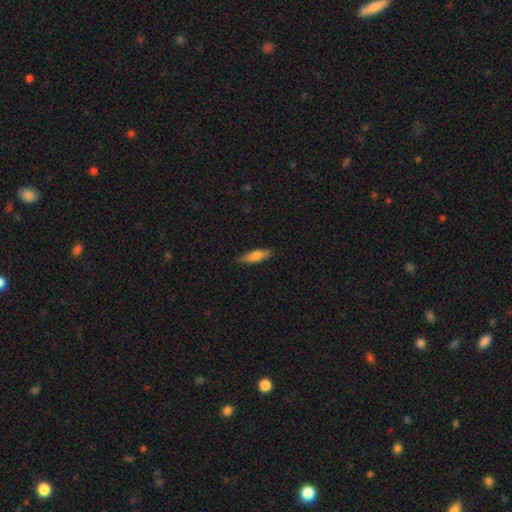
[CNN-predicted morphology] Smooth or featured? Predicted: smooth (p=0.72). How rounded? Predicted: cigar-shaped (p=0.56). Merging? Predicted: none (p=0.85).